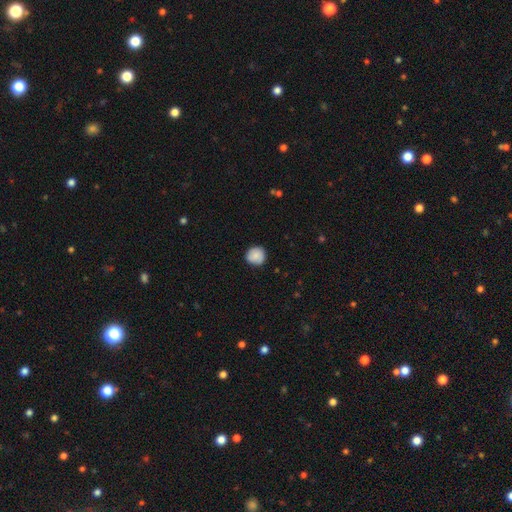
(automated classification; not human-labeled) The model was most divided on "merging": none: 84%, minor disturbance: 13%, major disturbance: 2%, merger: 1%. More confident: how rounded — round (91%); smooth or featured — smooth (84%).